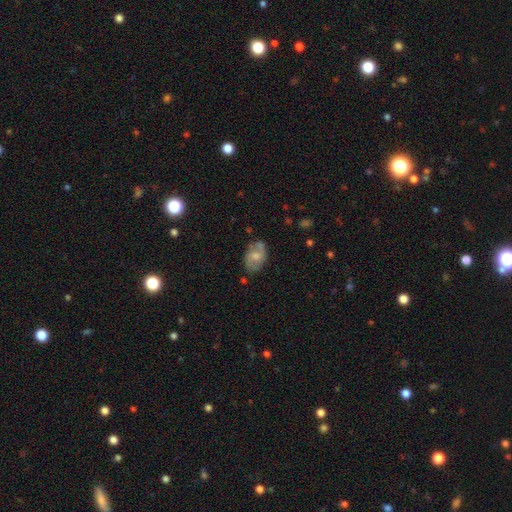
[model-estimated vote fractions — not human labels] Smooth or featured: smooth — 46% (tied with featured or disk — 46%)
Merging: none — 68% (minor disturbance — 22%)